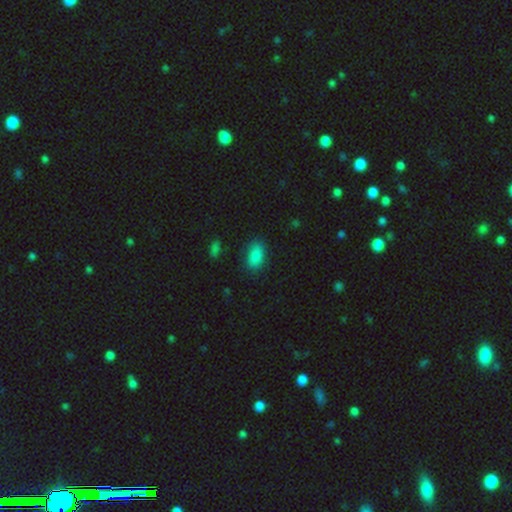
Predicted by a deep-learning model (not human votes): This appears to be a smooth galaxy with no disk features (86%) that is in between round and cigar-shaped (90%). Merging: none (82%).